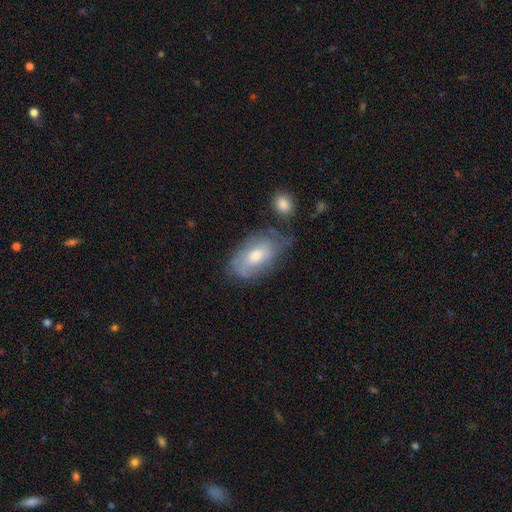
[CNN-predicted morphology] This appears to be a smooth galaxy with no disk features (51%) that is in between round and cigar-shaped (91%). Merging: none (49%).